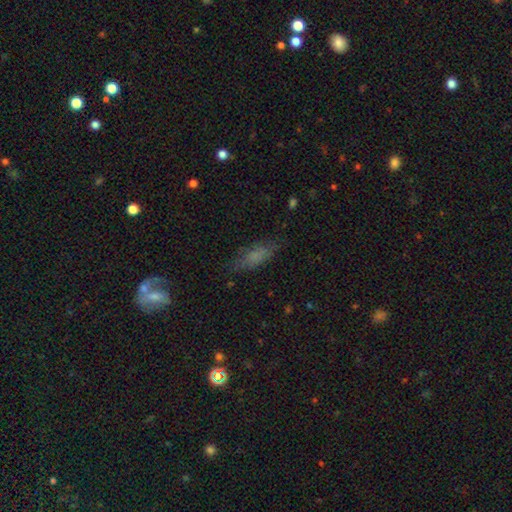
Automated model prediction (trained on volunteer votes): A smooth galaxy with no disk features (64%) that is in between round and cigar-shaped (56%).

Vote fractions:
- Smooth or featured? smooth: 64% / featured or disk: 24% / star or artifact: 12%
- How rounded? in between: 56% / cigar-shaped: 41% / round: 3%
- Merging? none: 72% / minor disturbance: 19% / major disturbance: 8% / merger: 2%